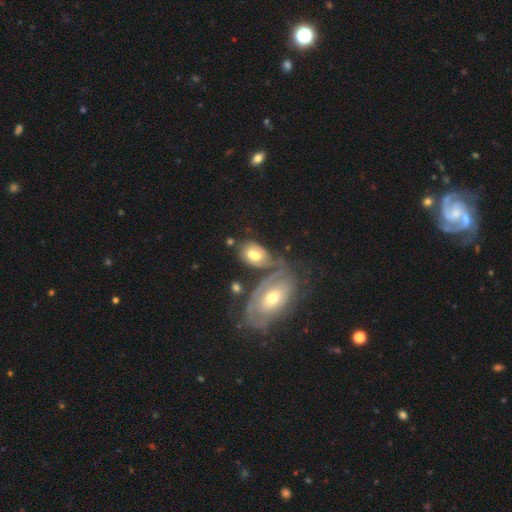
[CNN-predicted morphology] type=smooth (49%); merging=merger (42%).